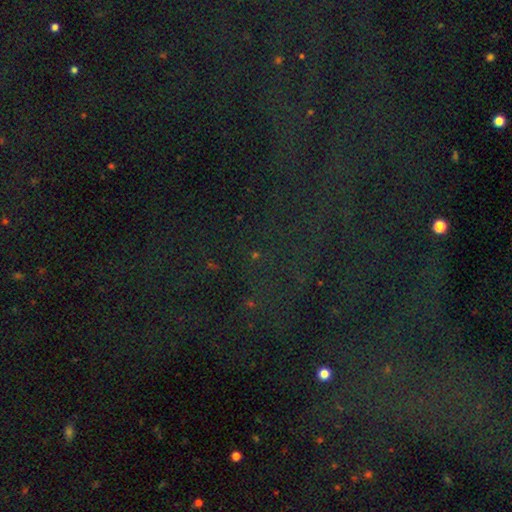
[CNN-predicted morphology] Overall: star or artifact (74%).